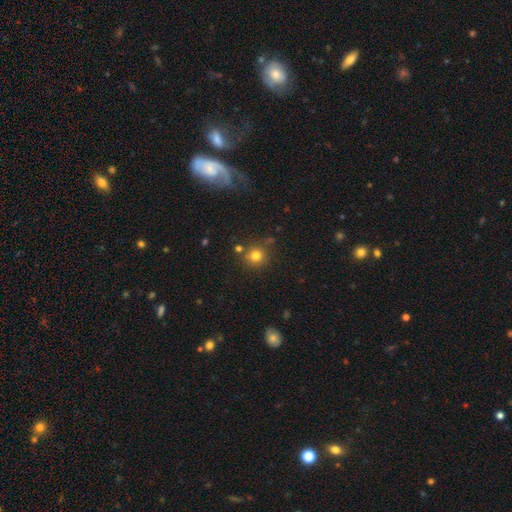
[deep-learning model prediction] This is likely a smooth galaxy (79%). How rounded: clearly round (91%). Merging: likely none (77%).